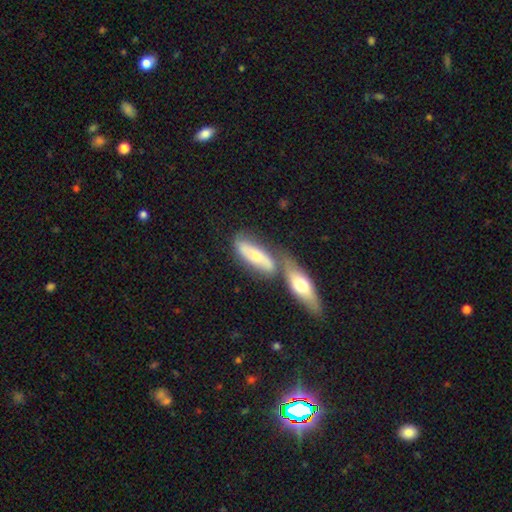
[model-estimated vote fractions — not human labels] featured or disk 57%, smooth 33%, star or artifact 10%. Down the decision tree: edge-on disk — no (59%); merging — merger (47%).